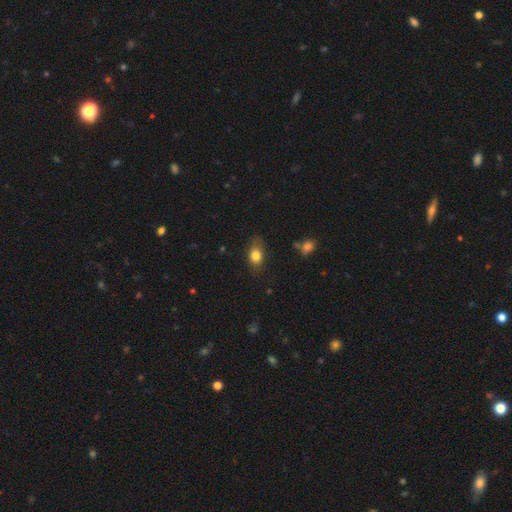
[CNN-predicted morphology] Smooth or featured?
  - smooth: 80% *
  - featured or disk: 10%
  - star or artifact: 9%
How rounded?
  - in between: 76% *
  - round: 22%
  - cigar-shaped: 3%
Merging?
  - none: 73% *
  - minor disturbance: 20%
  - major disturbance: 5%
  - merger: 2%